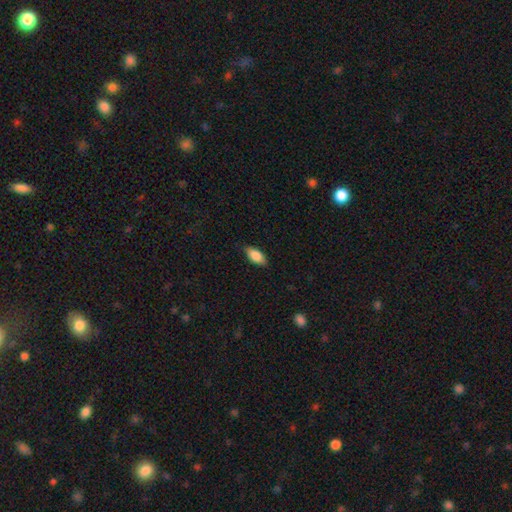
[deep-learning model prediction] Q: Smooth or featured?
A: smooth (81%); runner-up: featured or disk (13%)
Q: How rounded?
A: in between (86%); runner-up: cigar-shaped (11%)
Q: Merging?
A: none (84%); runner-up: minor disturbance (13%)